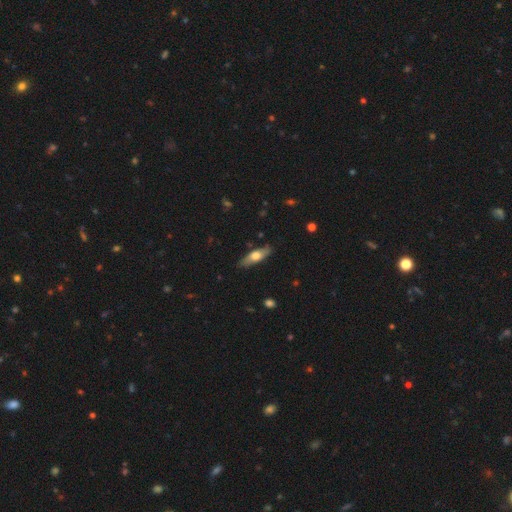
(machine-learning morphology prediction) type=smooth (56%); roundness=cigar-shaped (50%); merging=none (85%).